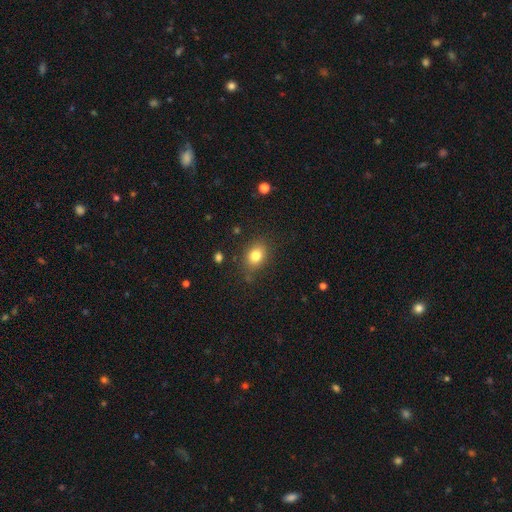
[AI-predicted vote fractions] Morphology: type=smooth (81%); roundness=in between (57%); merging=none (79%).